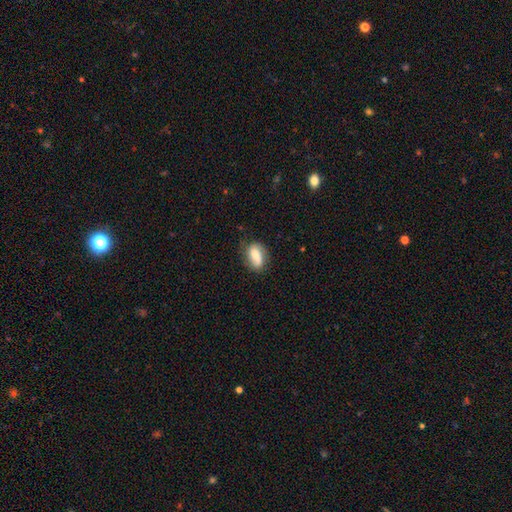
A smooth galaxy with no disk features (70%) that is in between round and cigar-shaped (81%).

Vote fractions:
- Smooth or featured? smooth: 70% / featured or disk: 24% / star or artifact: 5%
- How rounded? in between: 81% / round: 12% / cigar-shaped: 8%
- Merging? none: 60% / minor disturbance: 34% / major disturbance: 6% / merger: 0%